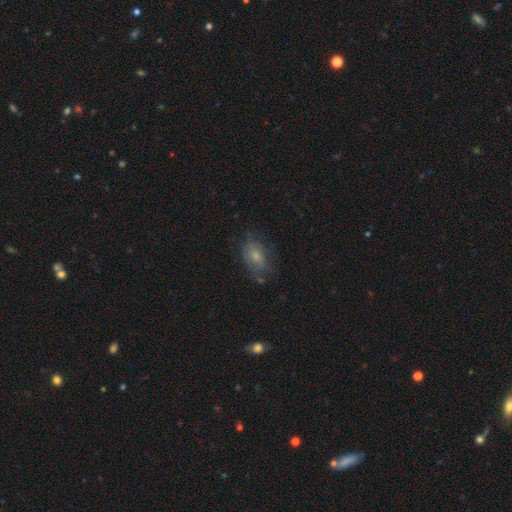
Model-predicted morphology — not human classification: The model was most divided on "smooth or featured": smooth: 56%, featured or disk: 34%, star or artifact: 11%. More confident: how rounded — in between (82%); merging — none (56%).